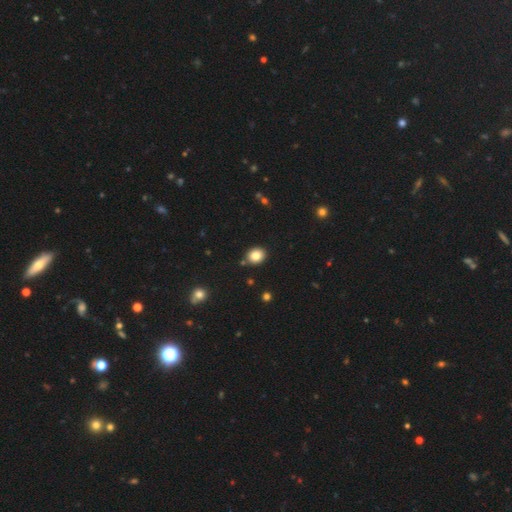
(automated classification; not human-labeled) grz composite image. It shows a smooth galaxy with no disk features (84%) that is round (65%). Merging: none (87%).